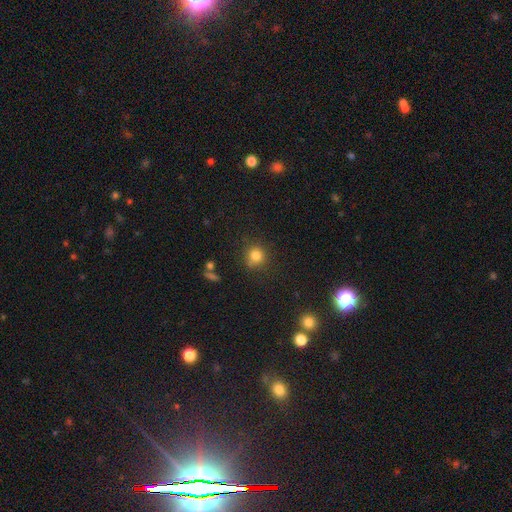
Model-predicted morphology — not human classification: smooth_or_featured: smooth (p=0.81) [alt: star or artifact p=0.13]
how_rounded: round (p=0.88) [alt: in between p=0.11]
merging: none (p=0.77) [alt: minor disturbance p=0.15]